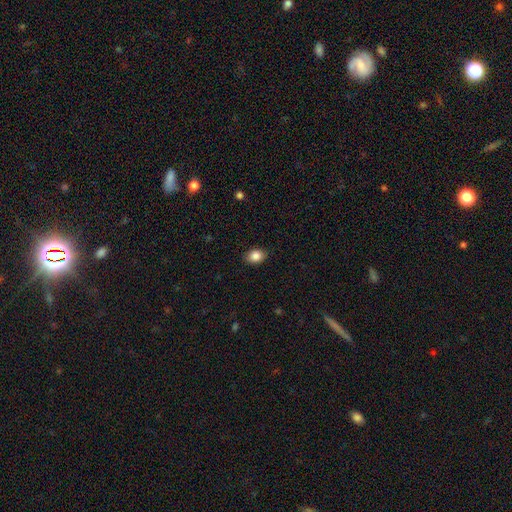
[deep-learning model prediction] This is clearly a smooth galaxy (86%). How rounded: likely in between (73%). Merging: clearly none (87%).